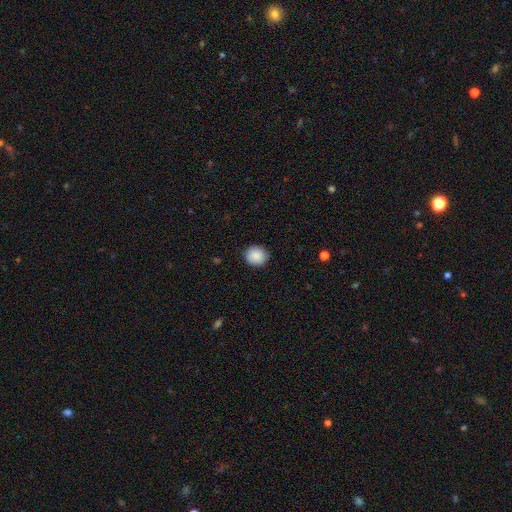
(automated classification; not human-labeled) Smooth or featured? smooth (89%)
How rounded? round (86%)
Merging? none (87%)